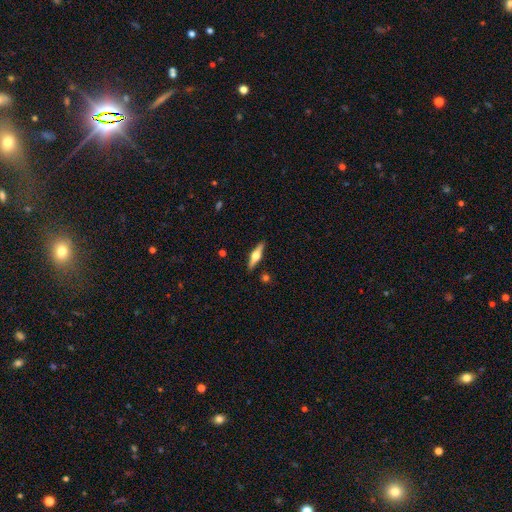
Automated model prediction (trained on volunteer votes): Smooth or featured? featured or disk (67%)
Edge-on disk? yes (97%)
Edge-on bulge? rounded (94%)
Merging? none (89%)